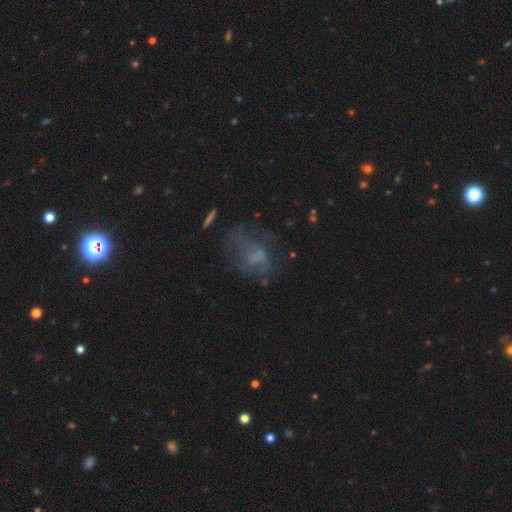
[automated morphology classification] Smooth or featured? featured or disk (45%)
Merging? none (44%)